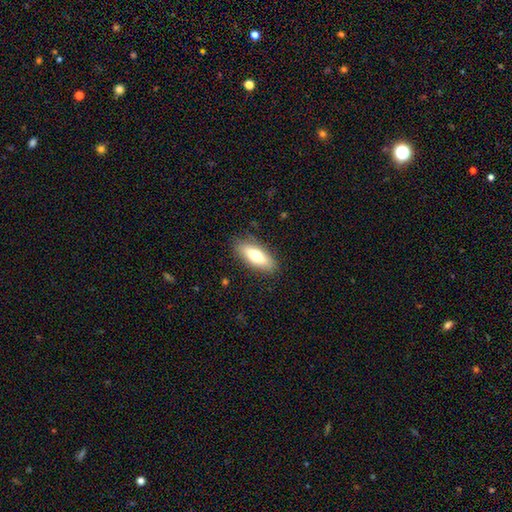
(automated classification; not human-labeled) Smooth or featured? Predicted: smooth (p=0.71). How rounded? Predicted: in between (p=0.72). Merging? Predicted: none (p=0.85).